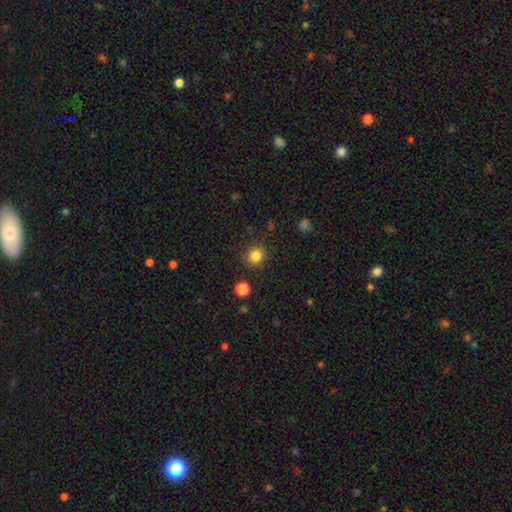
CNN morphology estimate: smooth 83%, star or artifact 13%, featured or disk 4%. Down the decision tree: how rounded — round (91%); merging — none (85%).